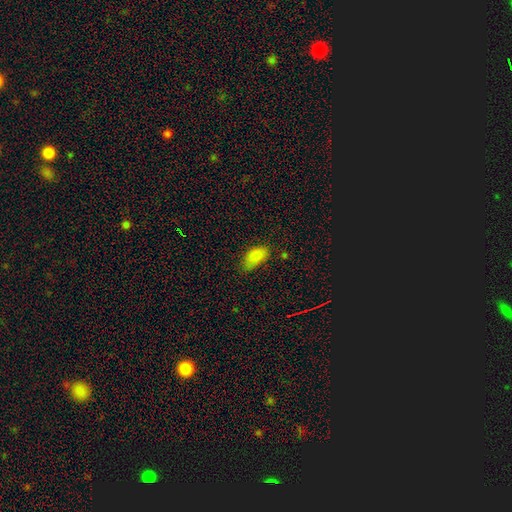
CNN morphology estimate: smooth 84%, star or artifact 9%, featured or disk 6%. Down the decision tree: how rounded — in between (91%); merging — none (61%).